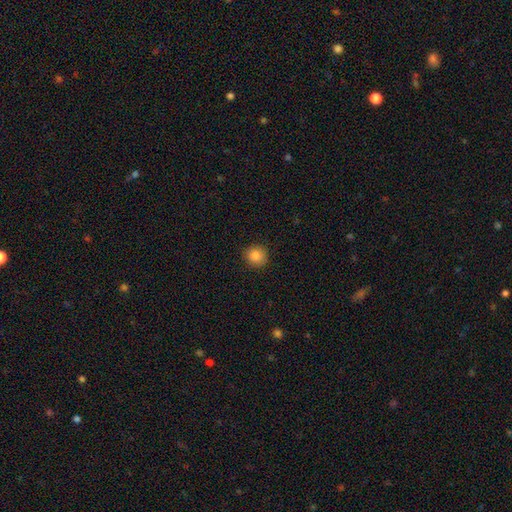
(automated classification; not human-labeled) The model was most divided on "smooth or featured": smooth: 86%, star or artifact: 10%, featured or disk: 4%. More confident: merging — none (91%); how rounded — round (90%).